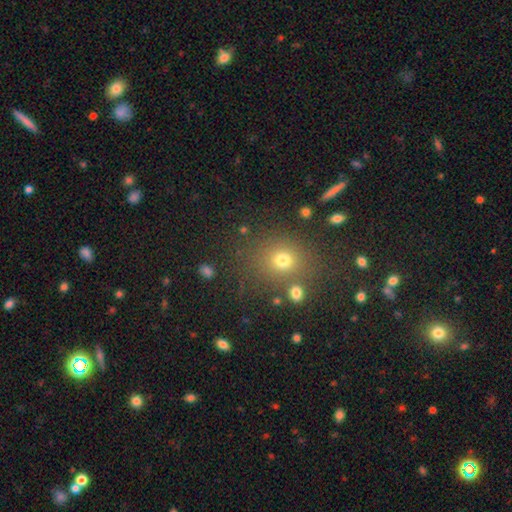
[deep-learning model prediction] Morphology: type=smooth (62%); roundness=round (79%); merging=none (82%).